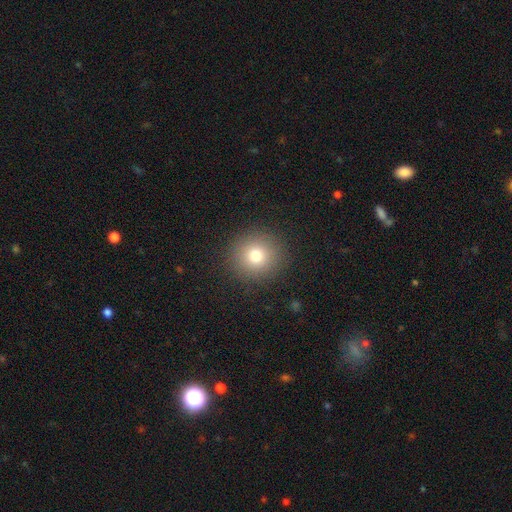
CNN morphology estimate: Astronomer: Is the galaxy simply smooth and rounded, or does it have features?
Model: smooth — 76%.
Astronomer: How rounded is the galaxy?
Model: round — 93%.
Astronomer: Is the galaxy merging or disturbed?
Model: none — 90%.